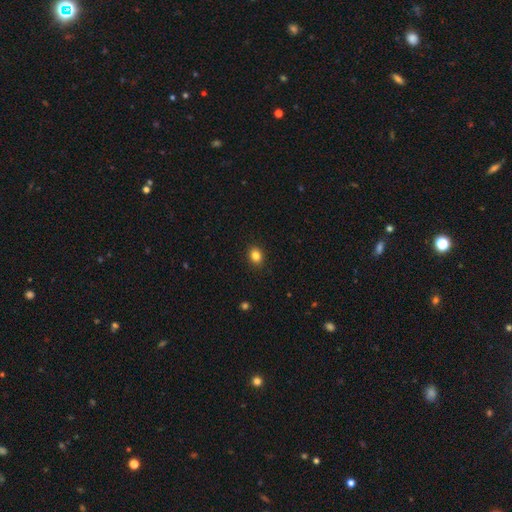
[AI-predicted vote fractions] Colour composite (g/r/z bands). It shows a smooth galaxy with no disk features (84%) that is round (53%). Merging: none (90%).